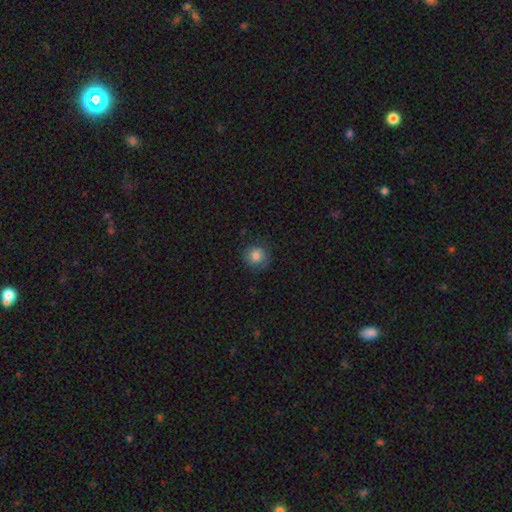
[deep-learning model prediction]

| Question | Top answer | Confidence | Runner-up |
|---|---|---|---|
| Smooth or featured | smooth | 73% | featured or disk (17%) |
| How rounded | round | 87% | in between (12%) |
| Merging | none | 79% | minor disturbance (15%) |